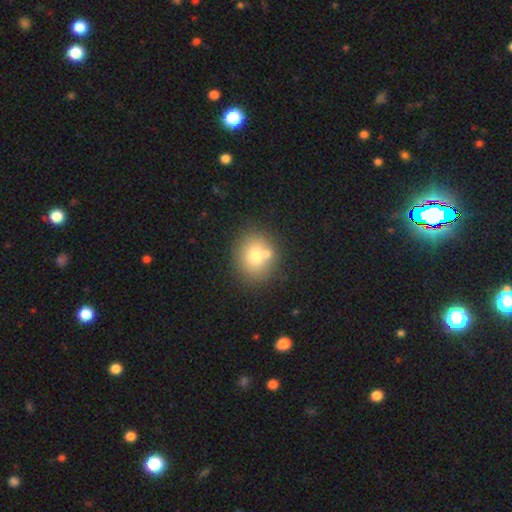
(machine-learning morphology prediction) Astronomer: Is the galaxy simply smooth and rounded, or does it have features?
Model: smooth — 71%.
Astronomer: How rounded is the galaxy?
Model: round — 76%.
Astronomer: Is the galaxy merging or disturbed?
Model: none — 66%.